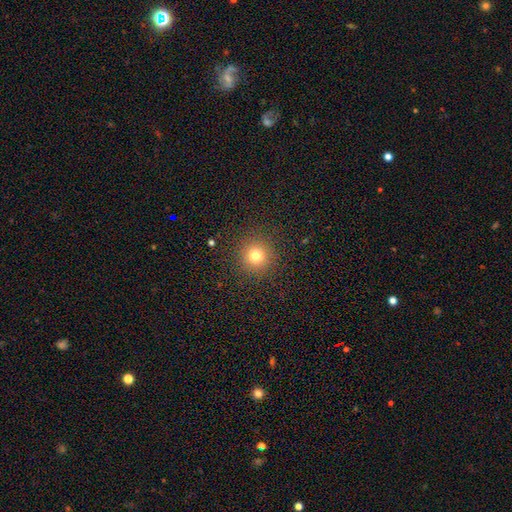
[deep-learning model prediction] smooth-or-featured: smooth: 77% | star or artifact: 16% | featured or disk: 7%
  how-rounded: round: 94% | in between: 5% | cigar-shaped: 1%
  merging: none: 91% | minor disturbance: 6% | major disturbance: 3% | merger: 1%